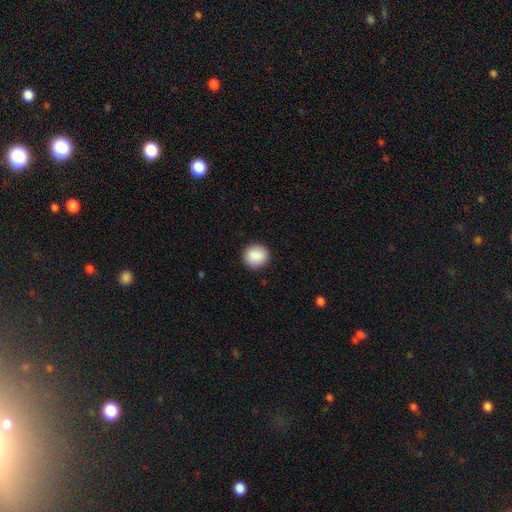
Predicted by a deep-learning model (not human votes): smooth_or_featured: smooth (p=0.90) [alt: star or artifact p=0.07]
how_rounded: round (p=0.88) [alt: in between p=0.11]
merging: none (p=0.92) [alt: minor disturbance p=0.06]